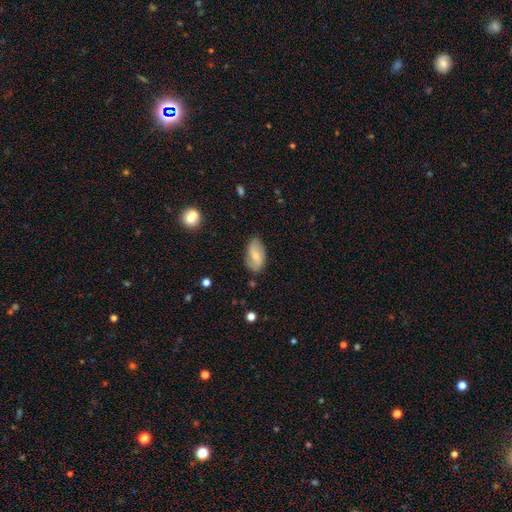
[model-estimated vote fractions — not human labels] A smooth galaxy with no disk features (64%) that is in between round and cigar-shaped (93%). Merging: none (72%).